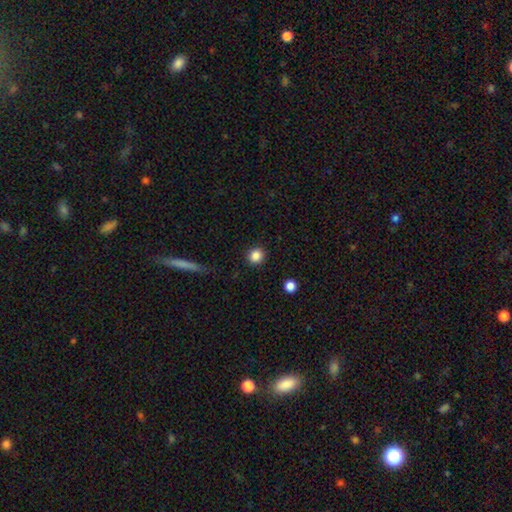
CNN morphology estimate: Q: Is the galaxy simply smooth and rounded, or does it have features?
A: smooth — 86%.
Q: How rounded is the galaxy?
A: round — 89%.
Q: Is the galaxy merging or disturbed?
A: none — 91%.